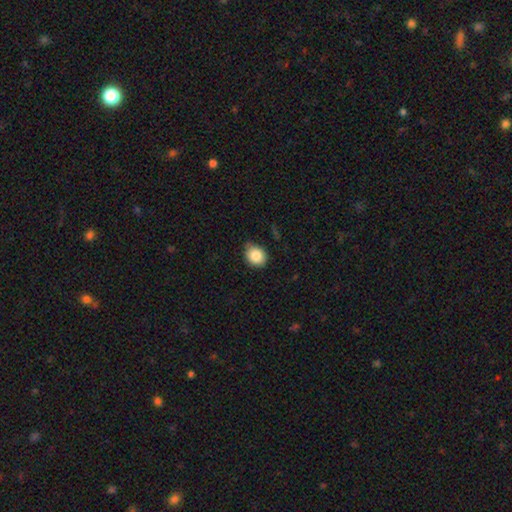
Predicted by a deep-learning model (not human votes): smooth 86%, star or artifact 8%, featured or disk 5%. Down the decision tree: how rounded — round (55%); merging — none (71%).